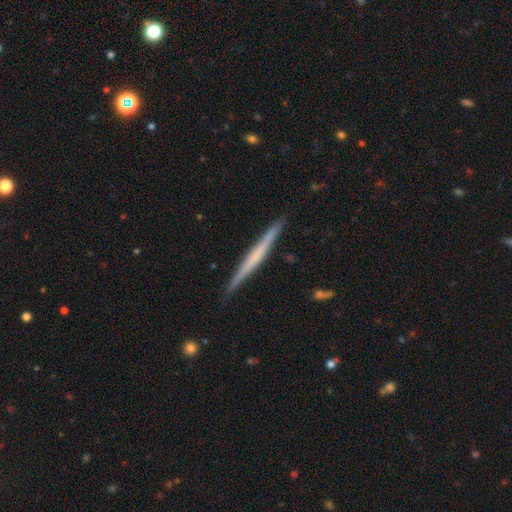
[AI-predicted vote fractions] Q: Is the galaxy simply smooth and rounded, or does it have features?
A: featured or disk — 58%.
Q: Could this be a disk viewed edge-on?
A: yes — 98%.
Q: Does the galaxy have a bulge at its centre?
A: none — 73%.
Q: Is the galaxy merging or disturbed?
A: none — 91%.